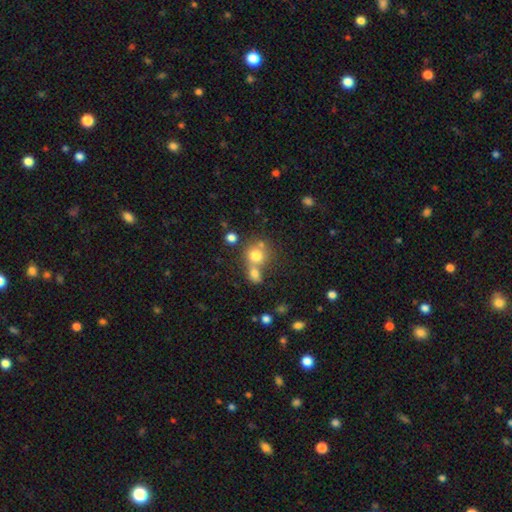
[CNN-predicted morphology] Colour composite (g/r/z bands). It shows a smooth galaxy with no disk features (74%) that is round (81%). Merging: merger (45%).